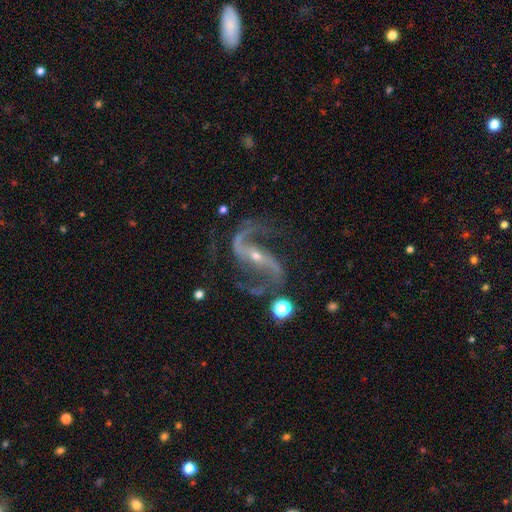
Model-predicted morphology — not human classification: A featured or disk galaxy (93%) with a strong bar (55%), 2 (94%) loose (52%) spiral arms (98%) and a small central bulge (70%).

Vote fractions:
- Smooth or featured? featured or disk: 93% / star or artifact: 5% / smooth: 2%
- Edge-on disk? no: 97% / yes: 3%
- Bar? strong: 55% / weak: 26% / no: 19%
- Spiral arms? yes: 98% / no: 2%
- Spiral winding? loose: 52% / medium: 41% / tight: 8%
- Spiral arm count? 2: 94% / 3: 2% / 1: 1% / can't tell: 1% / 4: 1% / more than 4: 1%
- Bulge size? small: 70% / moderate: 26% / none: 1% / large: 1% / dominant: 1%
- Merging? none: 72% / minor disturbance: 15% / major disturbance: 10% / merger: 3%